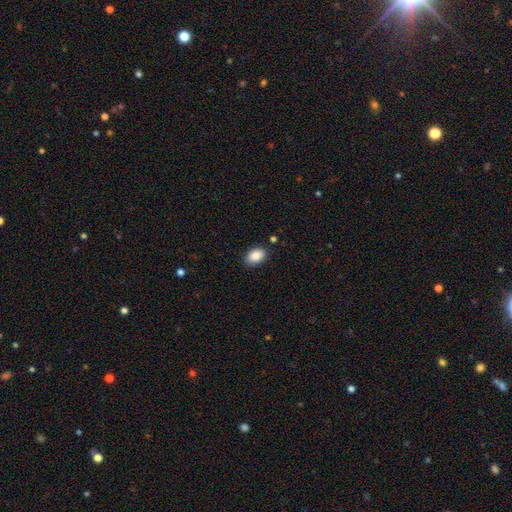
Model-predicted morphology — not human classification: Smooth or featured: smooth — 89% (star or artifact — 7%)
How rounded: in between — 86% (round — 13%)
Merging: none — 86% (minor disturbance — 10%)